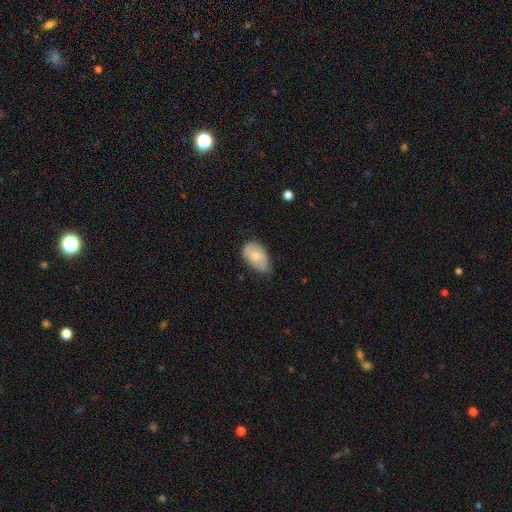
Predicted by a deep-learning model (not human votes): This is likely a smooth galaxy (69%). How rounded: clearly in between (89%). Merging: possibly minor disturbance (48%).